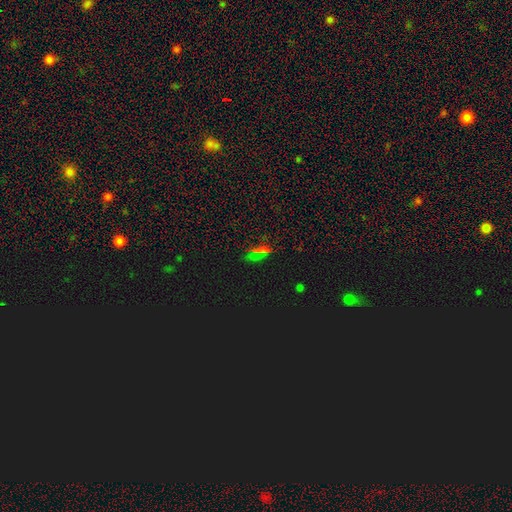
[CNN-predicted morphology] smooth_or_featured: star or artifact (p=0.52) [alt: smooth p=0.39]